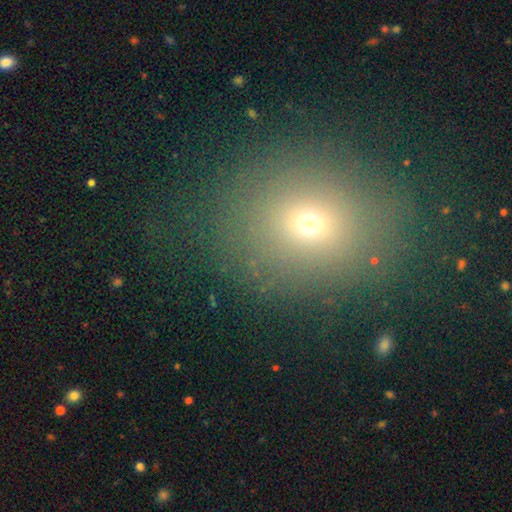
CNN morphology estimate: Q: Smooth or featured?
A: smooth (63%); runner-up: star or artifact (24%)
Q: How rounded?
A: round (70%); runner-up: in between (29%)
Q: Merging?
A: none (76%); runner-up: minor disturbance (12%)